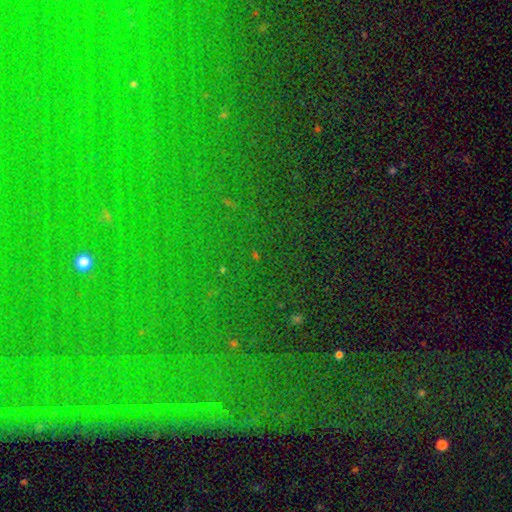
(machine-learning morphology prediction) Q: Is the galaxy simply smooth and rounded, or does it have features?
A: star or artifact — 77%.